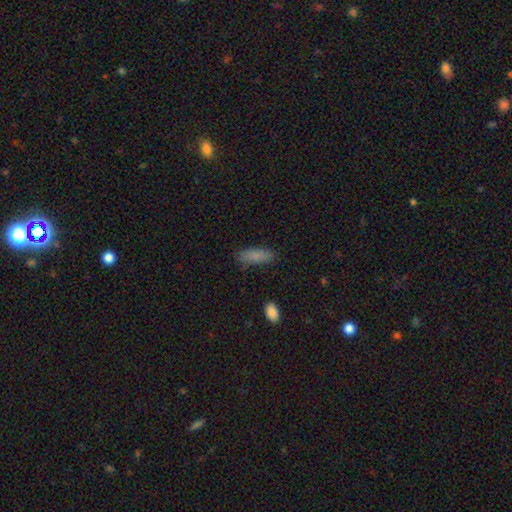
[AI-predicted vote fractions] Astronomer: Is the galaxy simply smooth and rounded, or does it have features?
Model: smooth — 85%.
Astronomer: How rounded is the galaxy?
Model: in between — 65%.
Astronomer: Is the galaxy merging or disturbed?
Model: none — 82%.